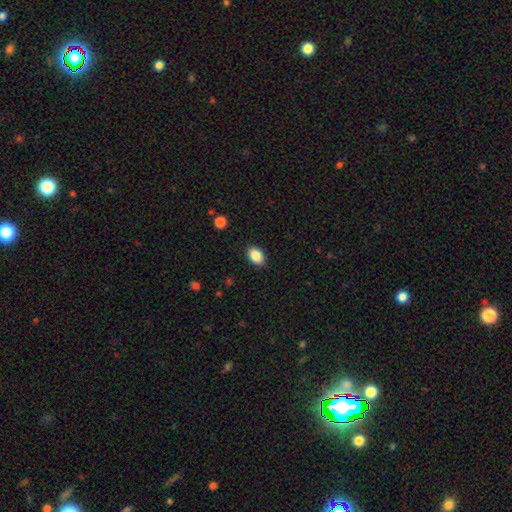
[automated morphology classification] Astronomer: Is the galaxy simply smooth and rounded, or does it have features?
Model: smooth — 88%.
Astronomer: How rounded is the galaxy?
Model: in between — 86%.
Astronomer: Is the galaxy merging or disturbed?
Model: none — 88%.